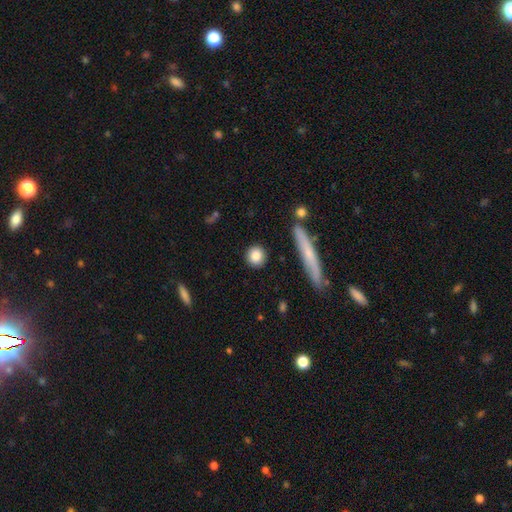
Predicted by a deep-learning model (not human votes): smooth 84%, featured or disk 9%, star or artifact 7%. Down the decision tree: how rounded — round (86%); merging — none (89%).